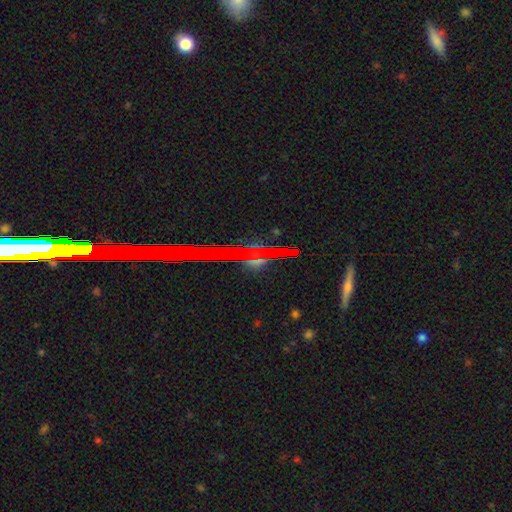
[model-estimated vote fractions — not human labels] Smooth or featured: star or artifact — 57% (smooth — 23%)